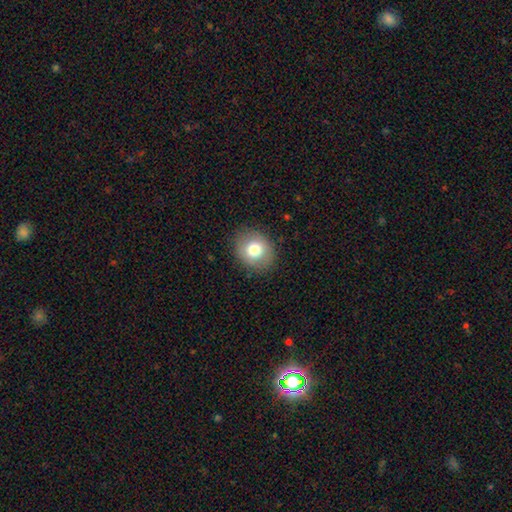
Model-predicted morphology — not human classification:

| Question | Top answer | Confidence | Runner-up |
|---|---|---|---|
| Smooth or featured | smooth | 68% | star or artifact (21%) |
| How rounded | round | 83% | in between (16%) |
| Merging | none | 91% | minor disturbance (6%) |